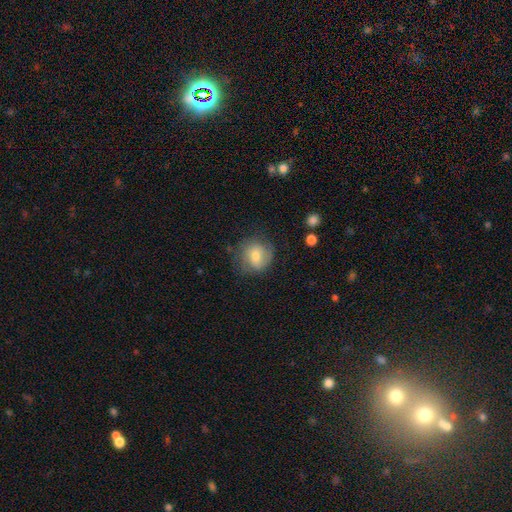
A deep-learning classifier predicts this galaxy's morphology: The model was most divided on "smooth or featured": smooth: 59%, featured or disk: 32%, star or artifact: 9%. More confident: how rounded — round (78%); merging — none (68%).